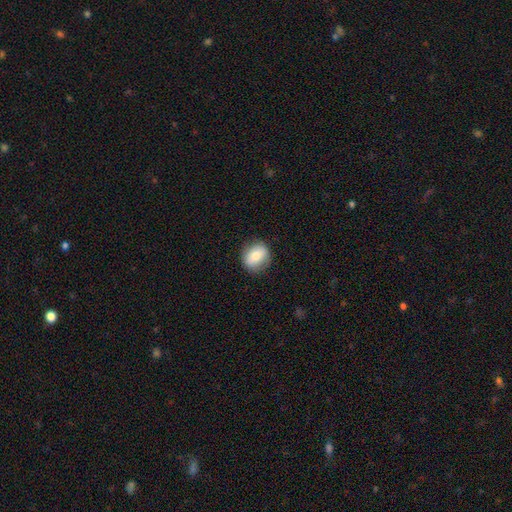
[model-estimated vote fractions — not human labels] Smooth or featured: smooth — 75% (featured or disk — 17%)
How rounded: round — 63% (in between — 36%)
Merging: none — 84% (minor disturbance — 12%)